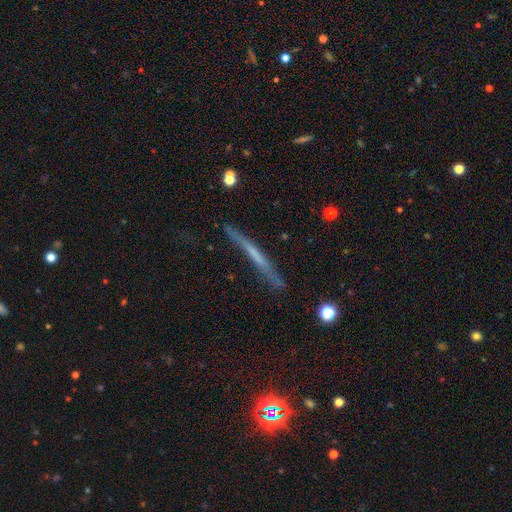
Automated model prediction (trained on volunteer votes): Overall: featured or disk (53%; smooth 38%). Edge-on disk: yes (95%). Edge-on bulge: none (83%). Merging: none (83%).